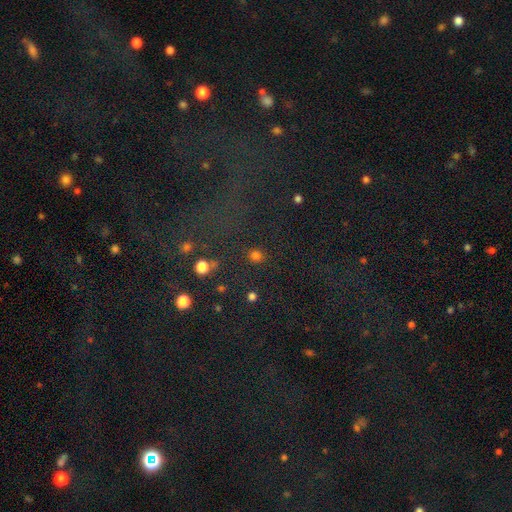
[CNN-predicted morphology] Smooth or featured?
  - smooth: 69% *
  - star or artifact: 26%
  - featured or disk: 5%
How rounded?
  - round: 88% *
  - in between: 11%
  - cigar-shaped: 1%
Merging?
  - none: 89% *
  - minor disturbance: 6%
  - major disturbance: 3%
  - merger: 2%